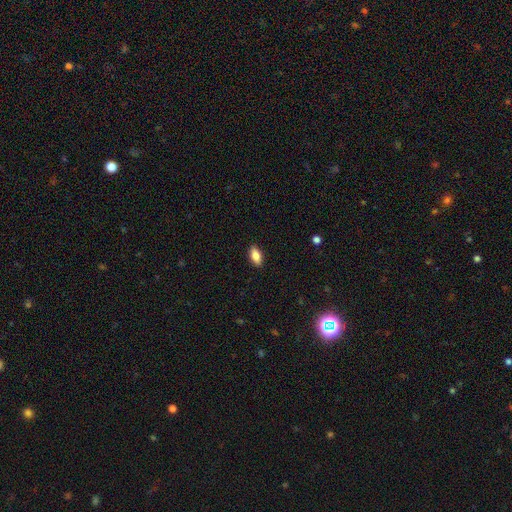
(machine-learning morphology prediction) This appears to be a smooth galaxy with no disk features (82%) that is in between round and cigar-shaped (87%). Merging: none (89%).